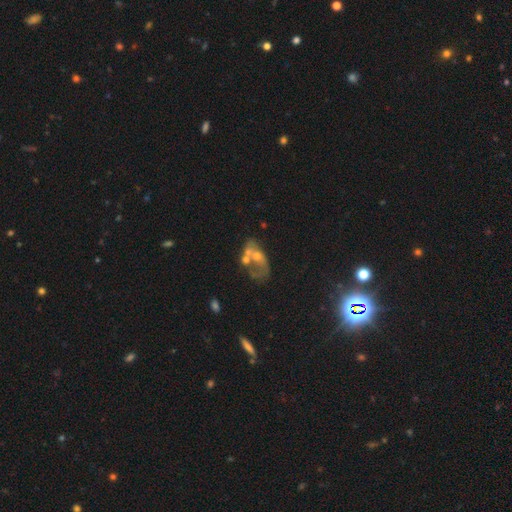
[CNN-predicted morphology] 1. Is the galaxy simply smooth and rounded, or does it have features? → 60% featured or disk, 28% smooth, 12% star or artifact.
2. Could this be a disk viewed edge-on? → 96% no, 4% yes.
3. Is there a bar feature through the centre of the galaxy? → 82% no, 14% weak, 3% strong.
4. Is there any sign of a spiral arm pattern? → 65% no, 35% yes.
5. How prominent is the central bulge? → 46% moderate, 34% small, 14% none, 5% large, 2% dominant.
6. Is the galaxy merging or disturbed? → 43% merger, 23% major disturbance, 21% none, 13% minor disturbance.